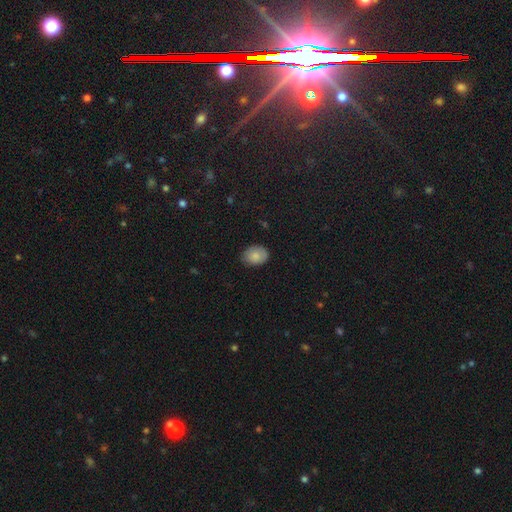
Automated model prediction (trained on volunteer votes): This is clearly a smooth galaxy (83%). How rounded: likely in between (67%). Merging: likely none (77%).